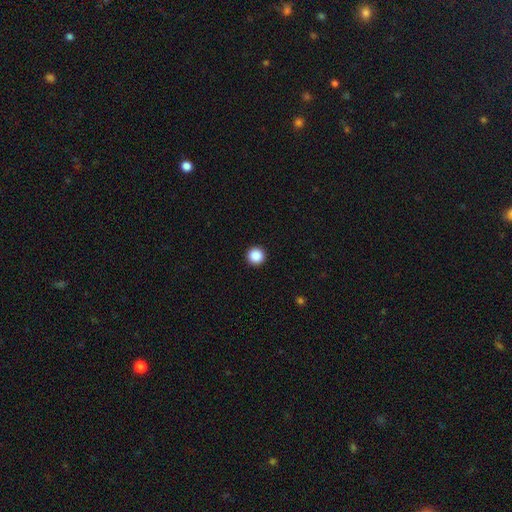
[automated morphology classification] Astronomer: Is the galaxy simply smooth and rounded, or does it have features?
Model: smooth — 88%.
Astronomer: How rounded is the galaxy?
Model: round — 96%.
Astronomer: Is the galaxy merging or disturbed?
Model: none — 94%.